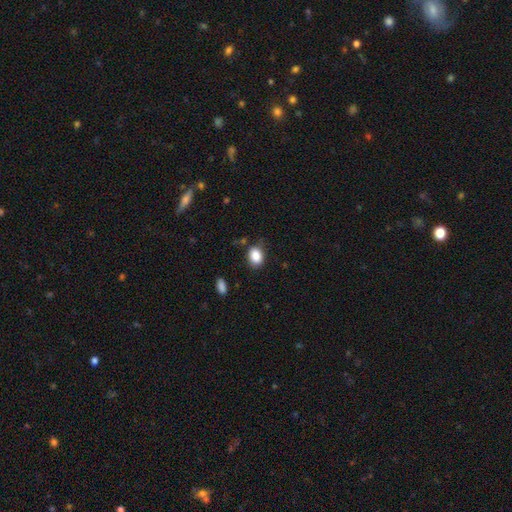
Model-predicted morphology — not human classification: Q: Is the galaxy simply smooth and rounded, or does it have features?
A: smooth — 87%.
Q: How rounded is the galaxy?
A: in between — 69%.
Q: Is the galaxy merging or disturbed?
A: none — 76%.